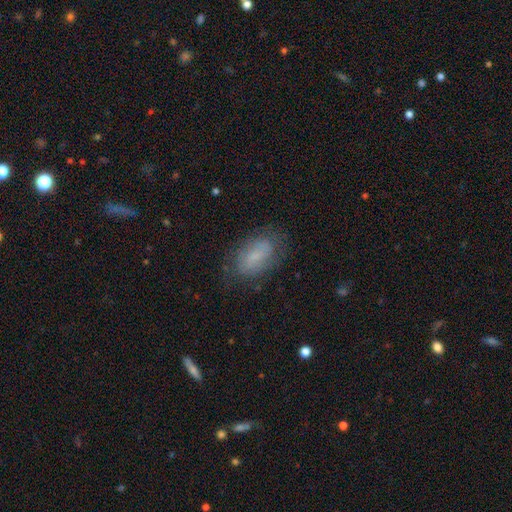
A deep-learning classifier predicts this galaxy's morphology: type=smooth (56%); roundness=in between (90%); merging=none (71%).